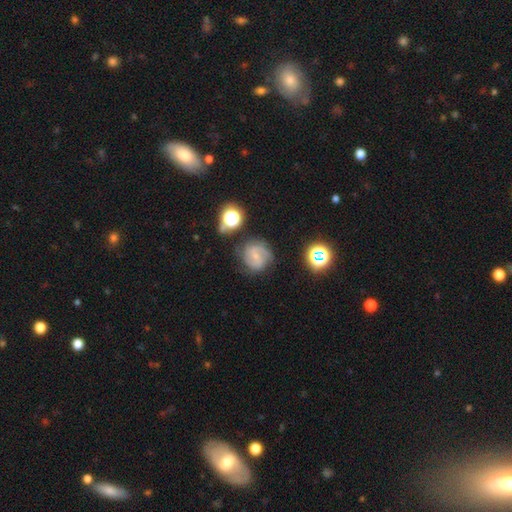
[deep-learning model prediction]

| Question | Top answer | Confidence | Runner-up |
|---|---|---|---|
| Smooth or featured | featured or disk | 69% | smooth (20%) |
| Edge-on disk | no | 98% | yes (2%) |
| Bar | weak | 52% | no (32%) |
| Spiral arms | yes | 92% | no (8%) |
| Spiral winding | medium | 49% | tight (34%) |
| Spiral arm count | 2 | 73% | can't tell (14%) |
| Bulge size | small | 68% | moderate (20%) |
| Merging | none | 70% | minor disturbance (19%) |